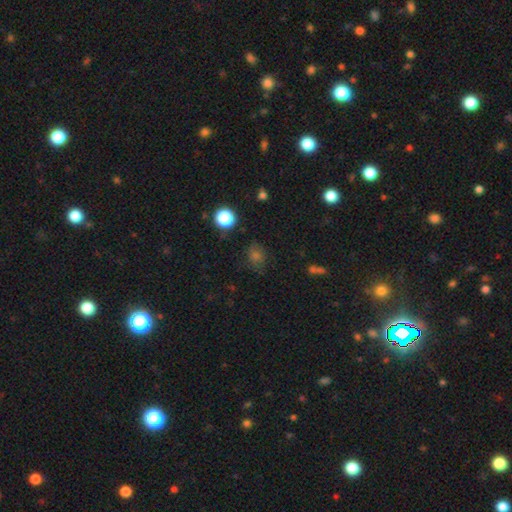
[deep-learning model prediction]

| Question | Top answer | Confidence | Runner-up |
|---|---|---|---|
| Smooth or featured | smooth | 63% | star or artifact (28%) |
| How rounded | round | 60% | in between (38%) |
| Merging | none | 75% | minor disturbance (17%) |